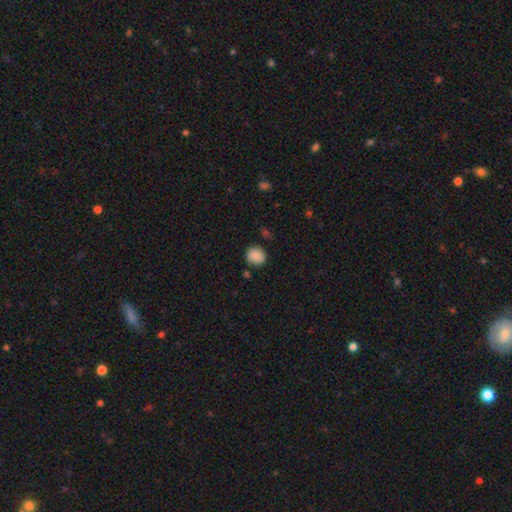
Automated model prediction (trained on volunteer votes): This is clearly a smooth galaxy (87%). How rounded: likely round (76%). Merging: likely none (76%).